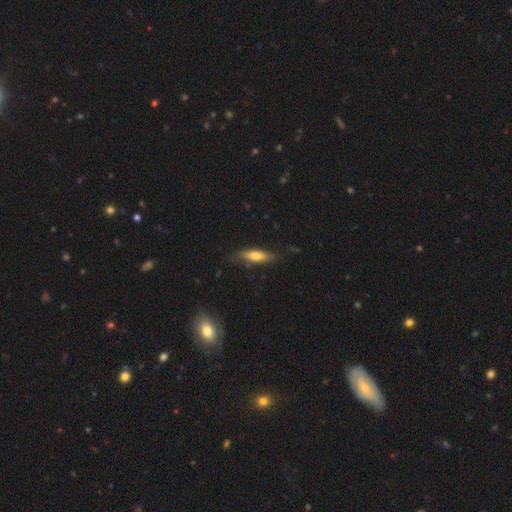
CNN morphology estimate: Smooth or featured? Predicted: smooth (p=0.63). How rounded? Predicted: cigar-shaped (p=0.63). Merging? Predicted: none (p=0.75).